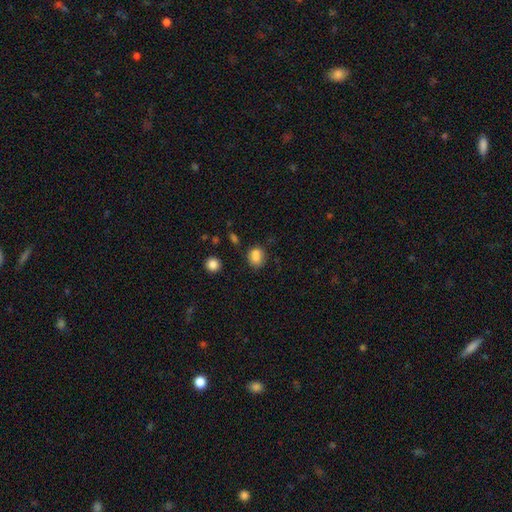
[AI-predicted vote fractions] smooth 82%, star or artifact 11%, featured or disk 7%. Down the decision tree: how rounded — round (54%); merging — none (64%).